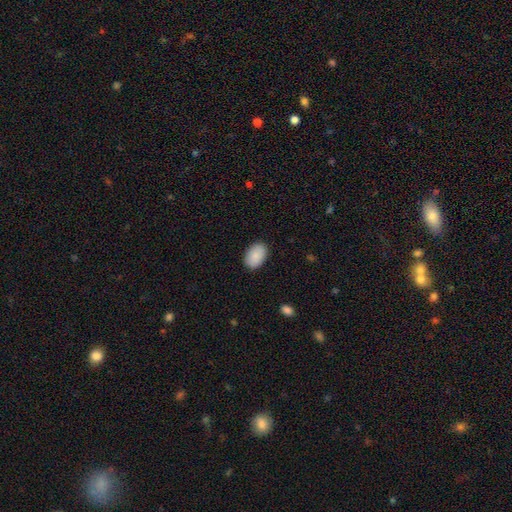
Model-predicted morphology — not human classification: Smooth or featured: smooth — 89% (star or artifact — 6%)
How rounded: in between — 90% (round — 9%)
Merging: none — 88% (minor disturbance — 9%)